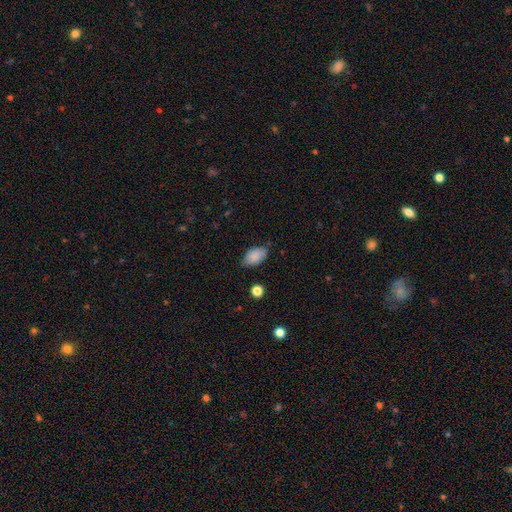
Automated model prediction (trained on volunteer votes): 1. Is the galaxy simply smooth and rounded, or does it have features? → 86% smooth, 7% star or artifact, 7% featured or disk.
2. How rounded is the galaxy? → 92% in between, 6% round, 2% cigar-shaped.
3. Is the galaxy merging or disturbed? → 72% none, 23% minor disturbance, 4% major disturbance, 2% merger.